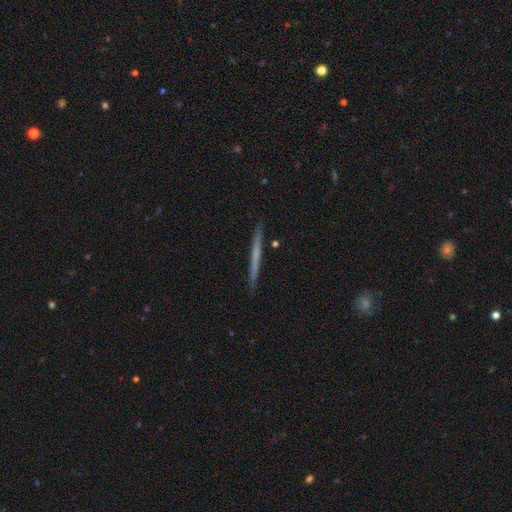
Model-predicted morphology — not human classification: smooth-or-featured: featured or disk: 51% | smooth: 43% | star or artifact: 6%
  disk-edge-on: yes: 97% | no: 3%
    edge-on-bulge: none: 88% | rounded: 9% | boxy: 3%
  merging: none: 91% | minor disturbance: 6% | major disturbance: 1% | merger: 1%